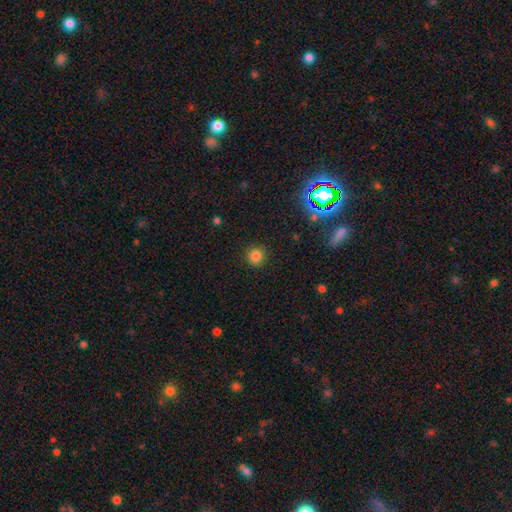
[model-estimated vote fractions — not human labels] Overall: smooth (82%). How rounded: round (91%). Merging: none (89%).